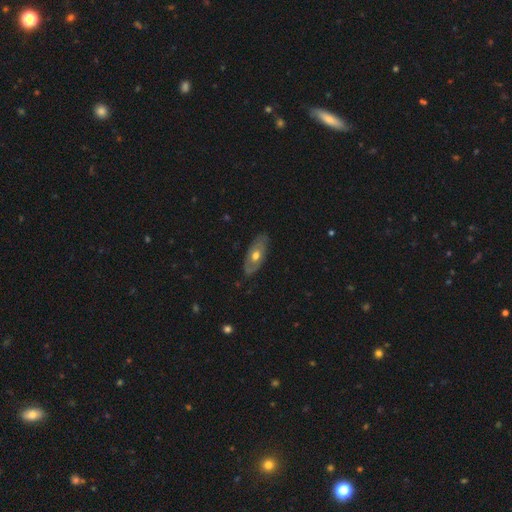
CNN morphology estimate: This is possibly a featured or disk galaxy (52%). It is likely not viewed edge-on (79%). Merging: likely none (78%).